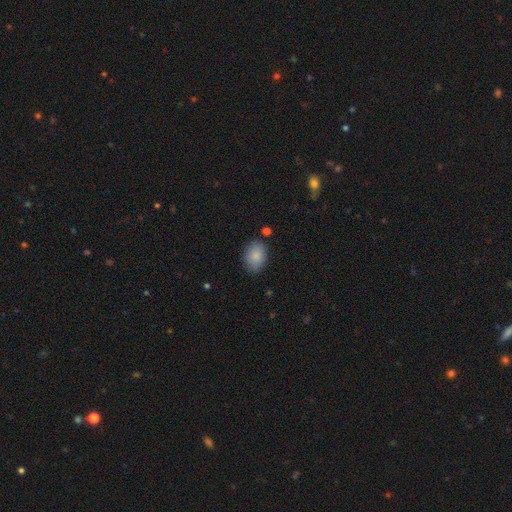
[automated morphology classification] This is clearly a smooth galaxy (87%). How rounded: likely in between (76%). Merging: clearly none (81%).